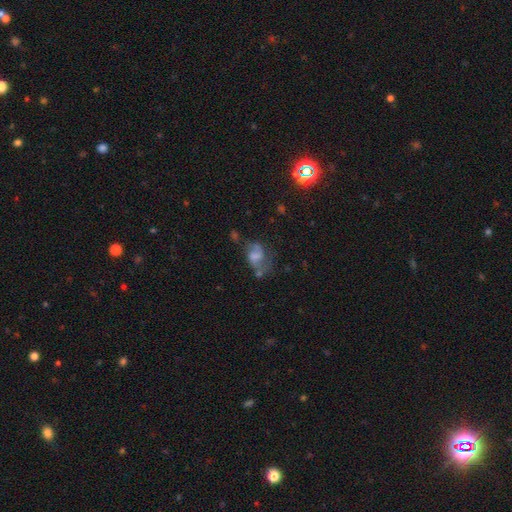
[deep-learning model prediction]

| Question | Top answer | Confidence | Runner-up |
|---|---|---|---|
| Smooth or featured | featured or disk | 45% | smooth (43%) |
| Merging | none | 34% | major disturbance (29%) |